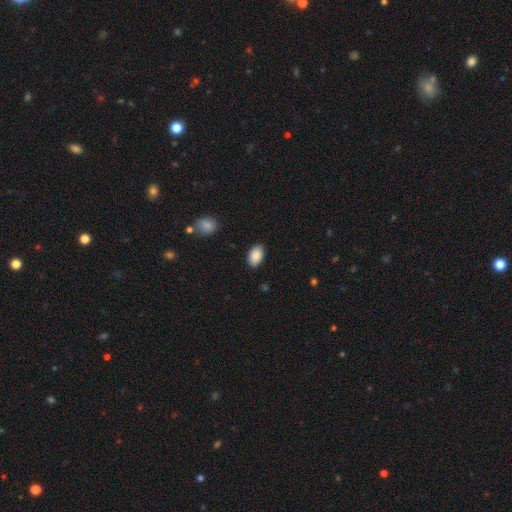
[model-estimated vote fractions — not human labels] Morphology: type=smooth (90%); roundness=in between (92%); merging=none (87%).